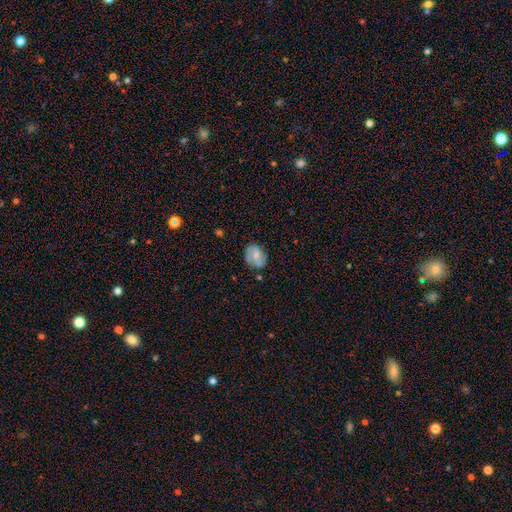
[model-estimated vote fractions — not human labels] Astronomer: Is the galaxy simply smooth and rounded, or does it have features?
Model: featured or disk — 56% (runner-up: smooth, 36%).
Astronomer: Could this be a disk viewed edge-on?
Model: no — 97%.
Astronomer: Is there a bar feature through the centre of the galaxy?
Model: no — 56% (runner-up: weak, 35%).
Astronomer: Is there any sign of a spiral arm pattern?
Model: yes — 79%.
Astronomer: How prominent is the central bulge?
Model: moderate — 51% (runner-up: small, 42%).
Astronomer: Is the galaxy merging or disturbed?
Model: none — 68%.